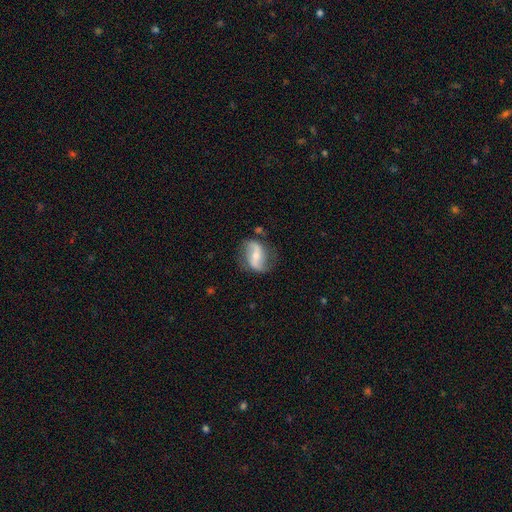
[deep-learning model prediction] Q: Smooth or featured?
A: featured or disk (76%); runner-up: smooth (18%)
Q: Edge-on disk?
A: no (95%); runner-up: yes (5%)
Q: Bar?
A: strong (42%); runner-up: weak (33%)
Q: Spiral arms?
A: yes (90%); runner-up: no (10%)
Q: Spiral winding?
A: loose (70%); runner-up: medium (22%)
Q: Spiral arm count?
A: 2 (90%); runner-up: can't tell (4%)
Q: Bulge size?
A: small (47%); runner-up: moderate (45%)
Q: Merging?
A: none (72%); runner-up: minor disturbance (18%)